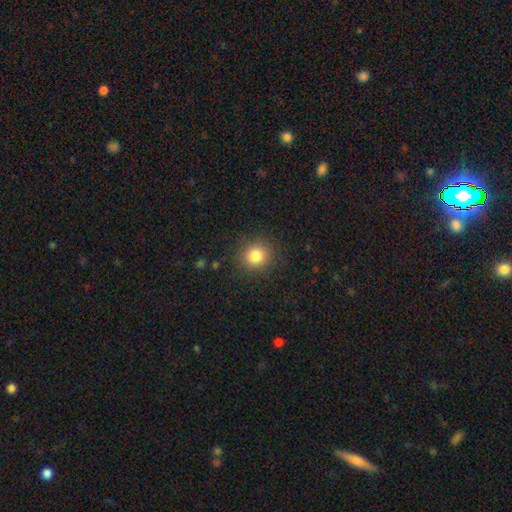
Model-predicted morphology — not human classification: A smooth galaxy with no disk features (82%) that is round (88%).

Vote fractions:
- Smooth or featured? smooth: 82% / star or artifact: 12% / featured or disk: 6%
- How rounded? round: 88% / in between: 11% / cigar-shaped: 1%
- Merging? none: 88% / minor disturbance: 8% / major disturbance: 3% / merger: 1%